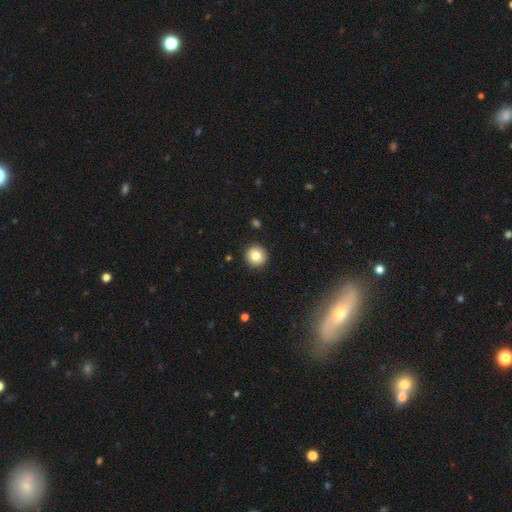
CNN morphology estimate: This appears to be a smooth galaxy with no disk features (82%) that is round (95%). Merging: none (92%).